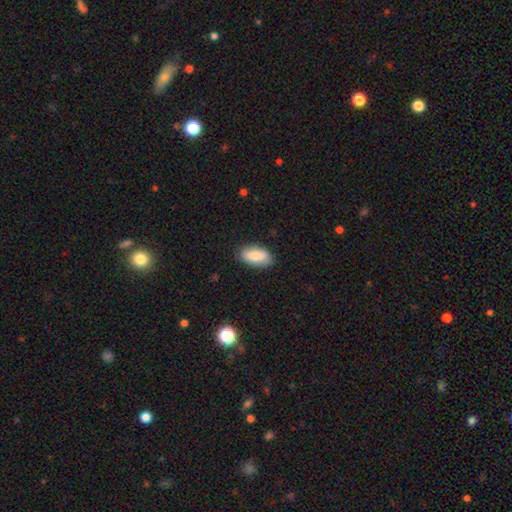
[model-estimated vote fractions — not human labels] Smooth or featured? smooth (79%)
How rounded? in between (91%)
Merging? none (85%)